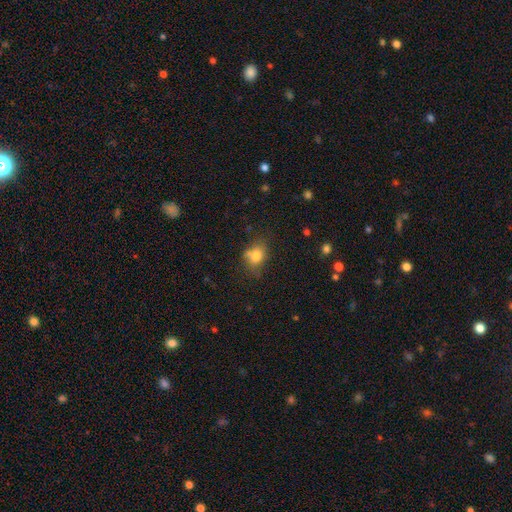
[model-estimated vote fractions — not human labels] smooth-or-featured: smooth: 77% | star or artifact: 12% | featured or disk: 11%
  how-rounded: in between: 52% | round: 46% | cigar-shaped: 2%
  merging: none: 58% | minor disturbance: 25% | merger: 9% | major disturbance: 8%